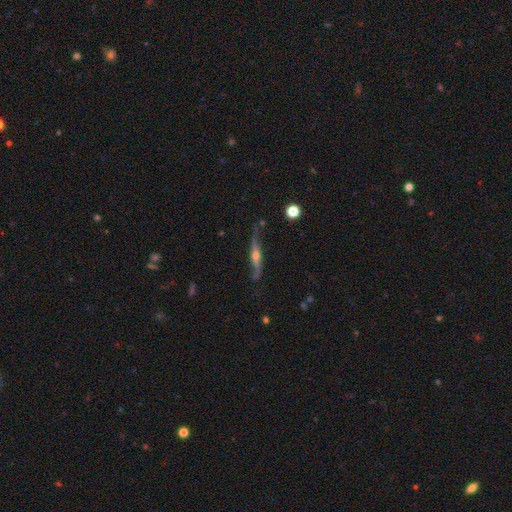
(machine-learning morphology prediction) This is likely a featured or disk galaxy (79%). It is clearly viewed edge-on (83%). Edge-on bulge: clearly rounded (91%). Merging: likely none (65%).